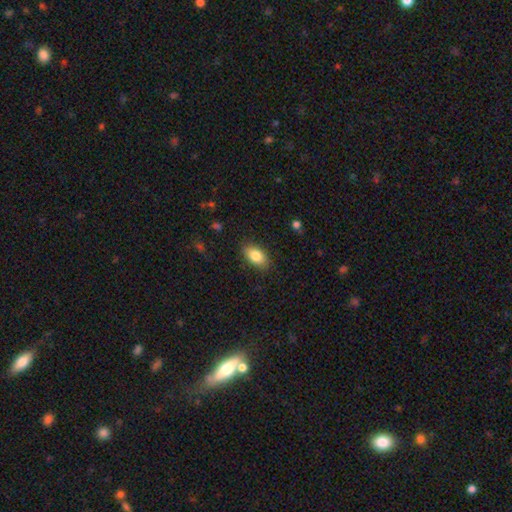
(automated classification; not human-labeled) Smooth or featured?
  - smooth: 83% *
  - featured or disk: 10%
  - star or artifact: 7%
How rounded?
  - in between: 91% *
  - round: 7%
  - cigar-shaped: 3%
Merging?
  - none: 86% *
  - minor disturbance: 11%
  - major disturbance: 3%
  - merger: 1%